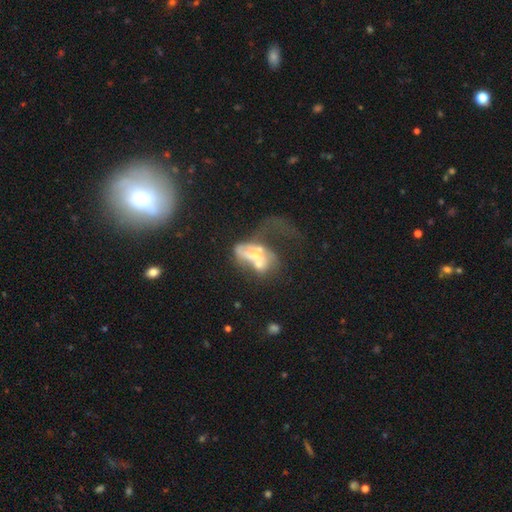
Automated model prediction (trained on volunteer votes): smooth_or_featured: featured or disk (p=0.56) [alt: smooth p=0.34]
disk_edge_on: no (p=0.95) [alt: yes p=0.05]
bar: no (p=0.73) [alt: weak p=0.19]
has_spiral_arms: no (p=0.68) [alt: yes p=0.32]
bulge_size: moderate (p=0.43) [alt: small p=0.34]
merging: merger (p=0.49) [alt: major disturbance p=0.35]